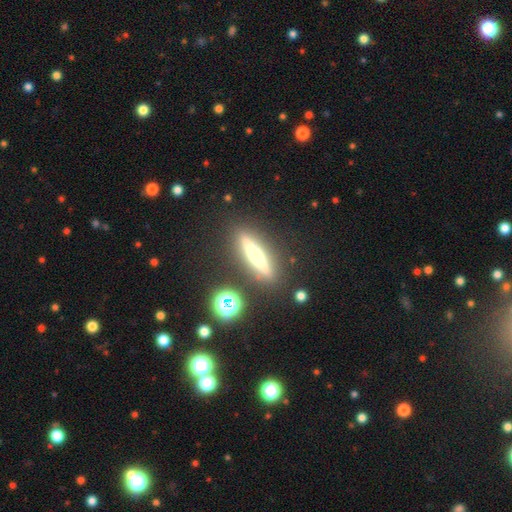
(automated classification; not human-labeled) A featured or disk galaxy (62%) viewed edge-on (94%) with a rounded central bulge (74%).

Vote fractions:
- Smooth or featured? featured or disk: 62% / smooth: 29% / star or artifact: 9%
- Edge-on disk? yes: 94% / no: 6%
- Edge-on bulge? rounded: 74% / none: 16% / boxy: 10%
- Merging? none: 87% / minor disturbance: 8% / major disturbance: 2% / merger: 2%